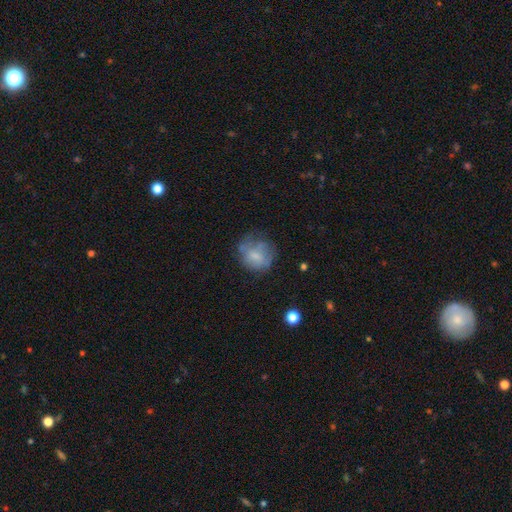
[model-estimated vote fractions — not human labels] Smooth or featured? smooth (63%)
How rounded? round (74%)
Merging? none (49%)